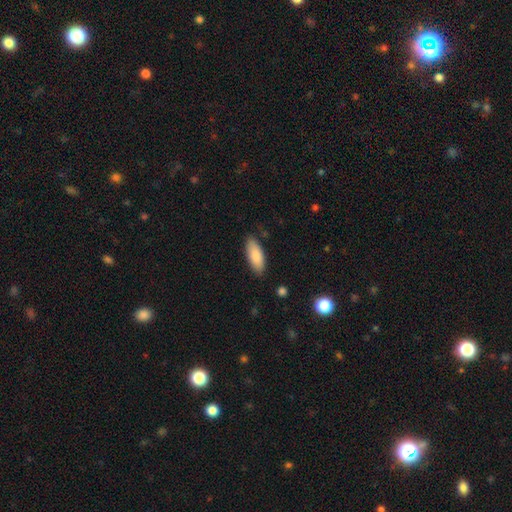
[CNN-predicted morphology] This appears to be a smooth galaxy with no disk features (85%) that is in between round and cigar-shaped (78%). Merging: none (84%).